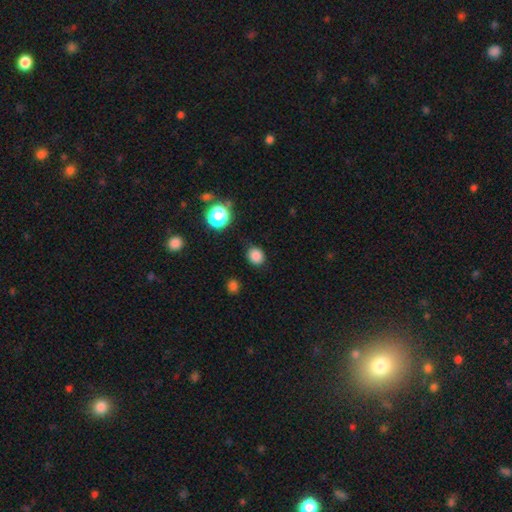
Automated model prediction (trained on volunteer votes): This is clearly a smooth galaxy (83%). How rounded: likely round (70%). Merging: clearly none (84%).